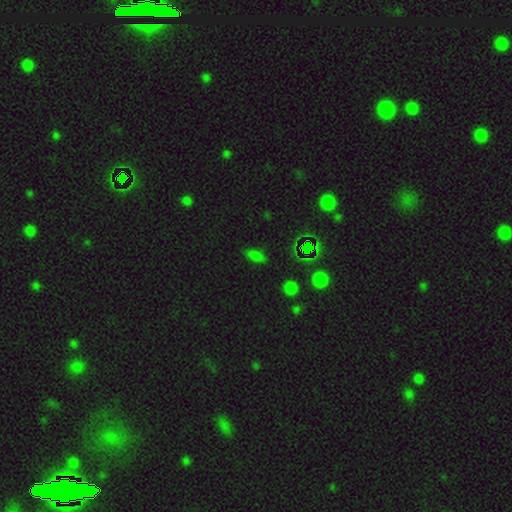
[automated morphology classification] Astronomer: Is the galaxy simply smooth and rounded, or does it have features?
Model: smooth — 60%.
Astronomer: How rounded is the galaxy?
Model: in between — 72%.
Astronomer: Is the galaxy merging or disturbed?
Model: none — 83%.